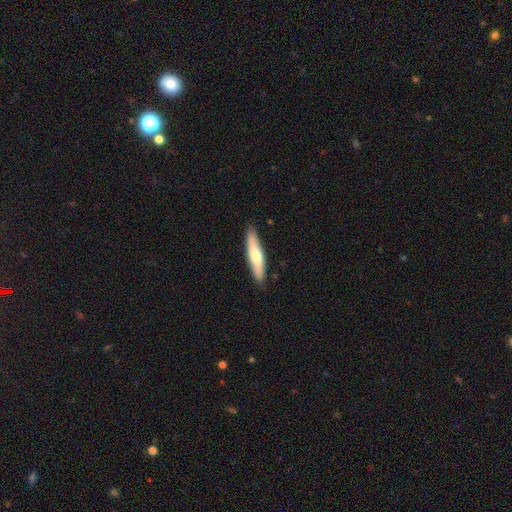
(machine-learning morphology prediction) Smooth or featured? Predicted: smooth (p=0.66). How rounded? Predicted: cigar-shaped (p=0.81). Merging? Predicted: none (p=0.88).